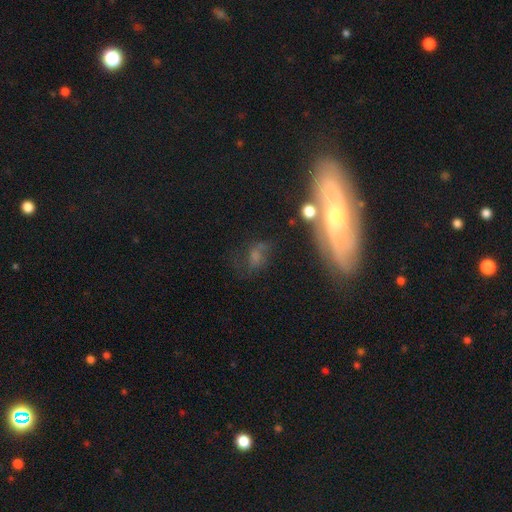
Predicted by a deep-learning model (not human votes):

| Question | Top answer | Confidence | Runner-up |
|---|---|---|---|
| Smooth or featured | featured or disk | 40% | tied: smooth (40%) |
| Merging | none | 47% | minor disturbance (21%) |